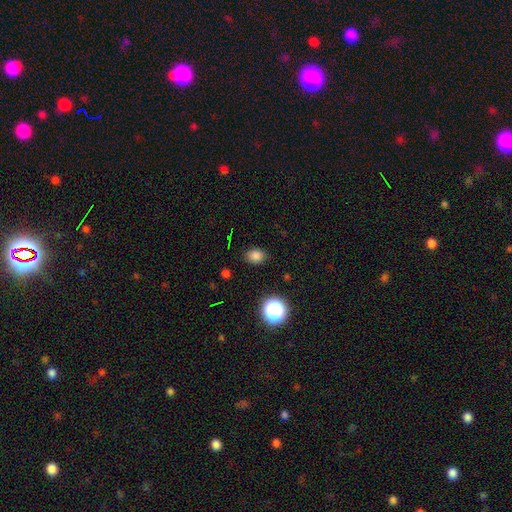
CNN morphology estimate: Smooth or featured? Predicted: smooth (p=0.80). How rounded? Predicted: in between (p=0.55). Merging? Predicted: none (p=0.84).